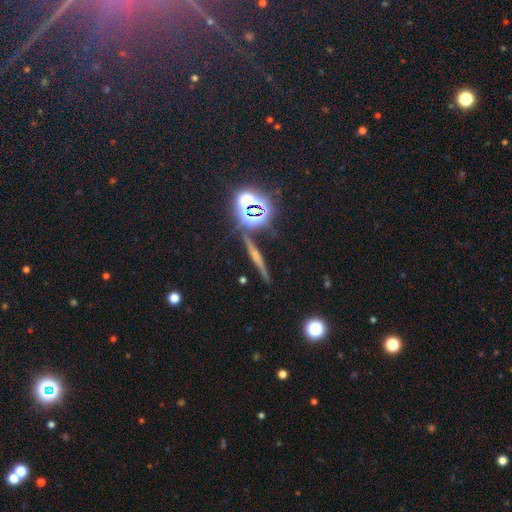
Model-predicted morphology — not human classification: smooth-or-featured: featured or disk: 44% | star or artifact: 29% | smooth: 27%
  merging: none: 84% | minor disturbance: 9% | merger: 4% | major disturbance: 3%